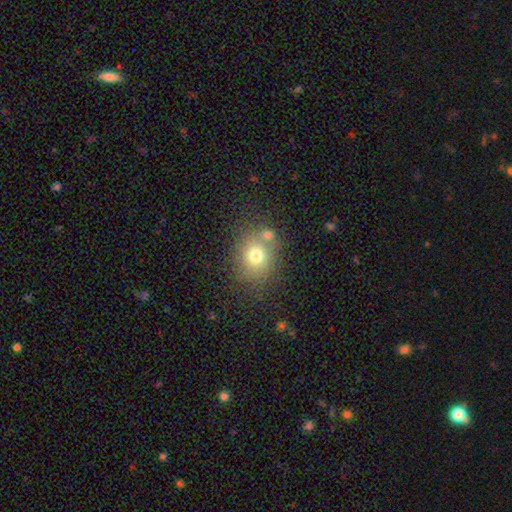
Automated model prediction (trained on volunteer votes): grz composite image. It shows a smooth galaxy with no disk features (72%) that is round (72%). Merging: none (62%).